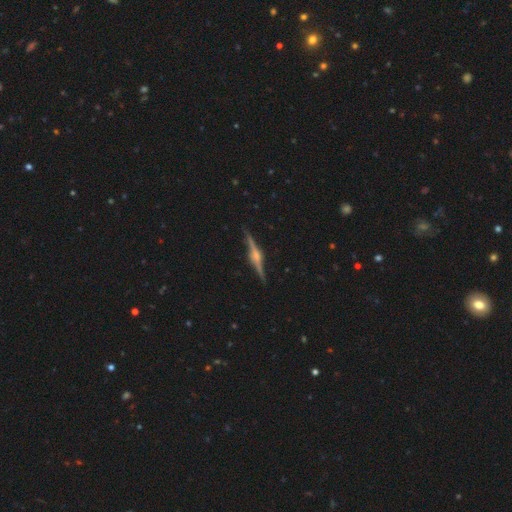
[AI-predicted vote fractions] This is clearly a featured or disk galaxy (86%). It is clearly viewed edge-on (98%). Edge-on bulge: clearly rounded (84%). Merging: clearly none (88%).